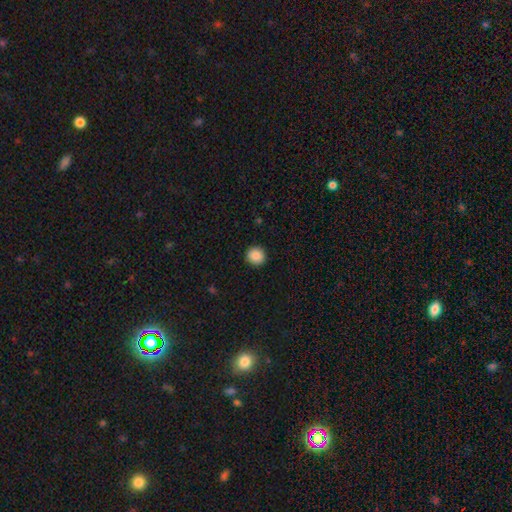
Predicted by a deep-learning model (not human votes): smooth-or-featured: smooth: 88% | star or artifact: 9% | featured or disk: 3%
  how-rounded: round: 94% | in between: 6% | cigar-shaped: 1%
  merging: none: 93% | minor disturbance: 5% | major disturbance: 2% | merger: 1%